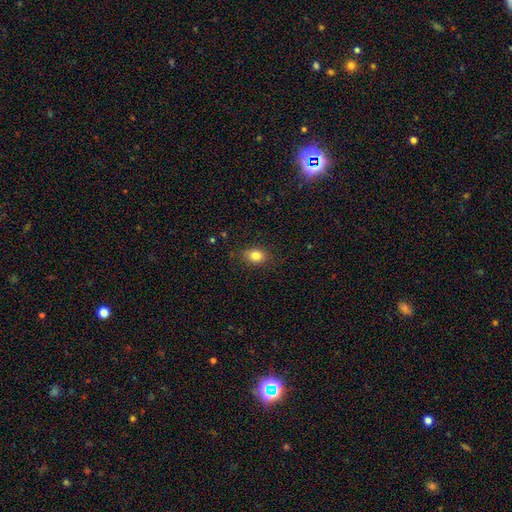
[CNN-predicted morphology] Q: Smooth or featured?
A: smooth (83%); runner-up: star or artifact (10%)
Q: How rounded?
A: in between (73%); runner-up: round (26%)
Q: Merging?
A: none (83%); runner-up: minor disturbance (13%)